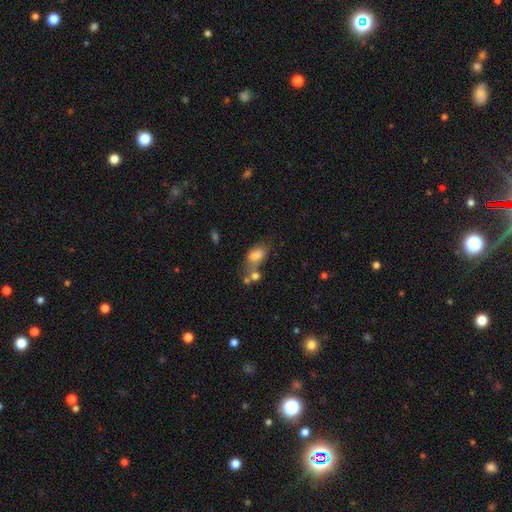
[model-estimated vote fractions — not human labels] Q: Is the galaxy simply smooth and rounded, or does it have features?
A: smooth — 77%.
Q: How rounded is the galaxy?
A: in between — 88%.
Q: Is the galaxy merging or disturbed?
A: none — 36%.